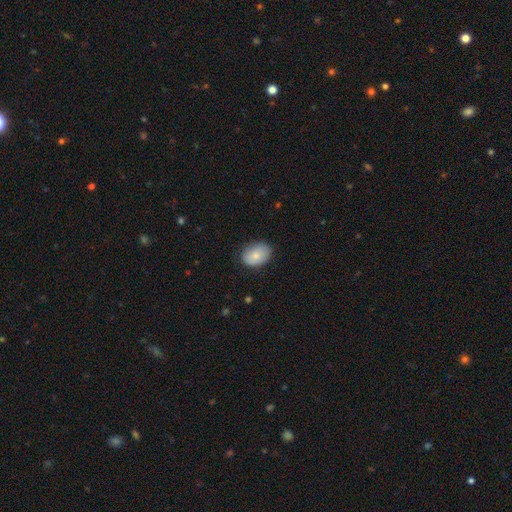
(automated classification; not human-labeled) Morphology: type=smooth (80%); roundness=in between (77%); merging=none (80%).